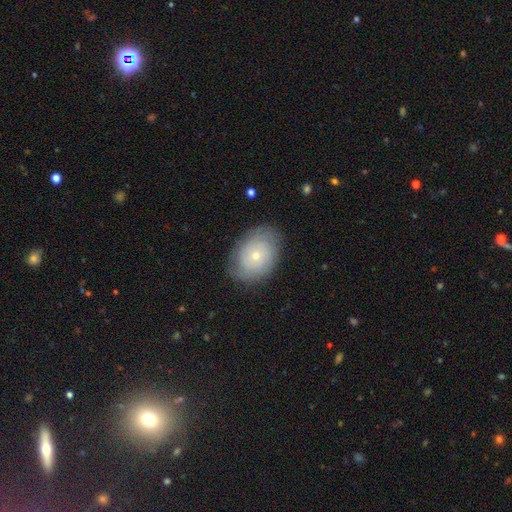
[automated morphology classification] featured or disk 48%, smooth 43%, star or artifact 9%. Down the decision tree: merging — none (79%).